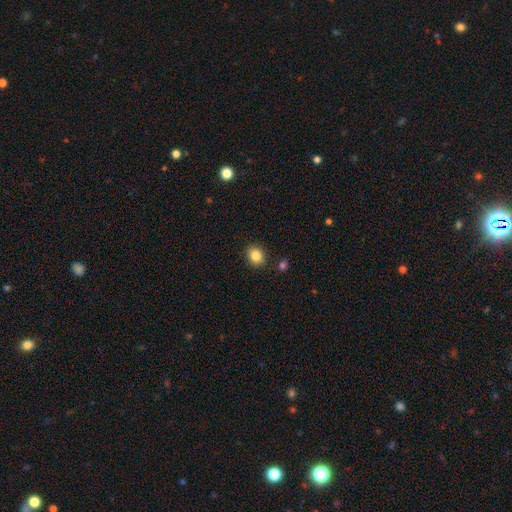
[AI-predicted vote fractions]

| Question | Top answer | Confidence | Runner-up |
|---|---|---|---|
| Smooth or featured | smooth | 85% | star or artifact (10%) |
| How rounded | round | 72% | in between (27%) |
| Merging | none | 88% | minor disturbance (7%) |